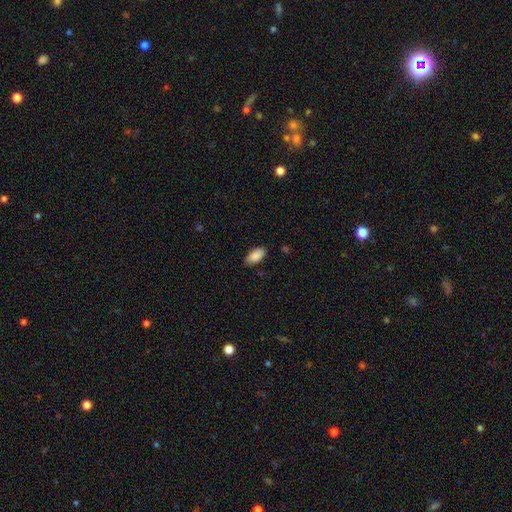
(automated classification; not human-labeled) This appears to be a smooth galaxy with no disk features (89%) that is in between round and cigar-shaped (93%). Merging: none (85%).